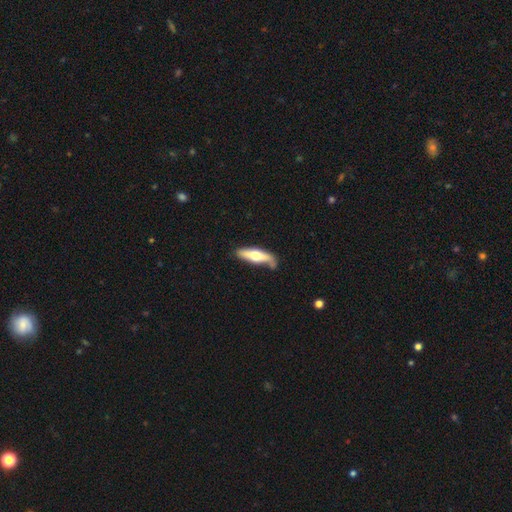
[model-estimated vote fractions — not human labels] Overall: smooth (48%; featured or disk 47%). Merging: none (62%; minor disturbance 25%).